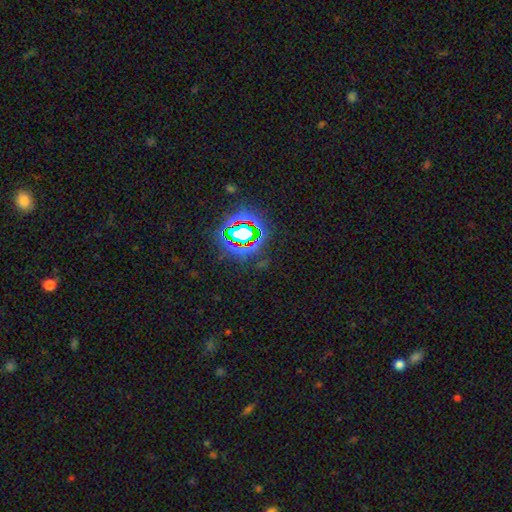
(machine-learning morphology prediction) smooth-or-featured: star or artifact: 80% | smooth: 12% | featured or disk: 8%